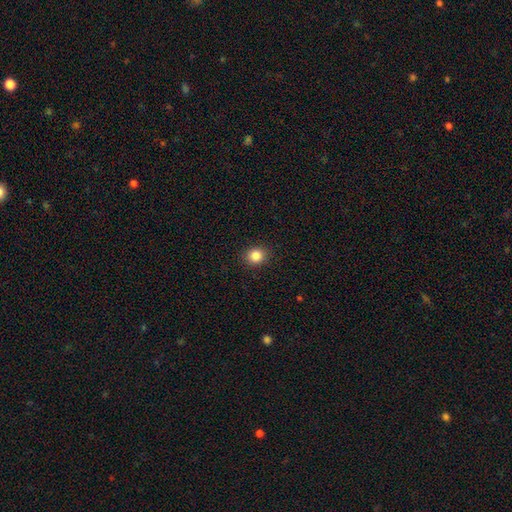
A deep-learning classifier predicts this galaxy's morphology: Q: Smooth or featured?
A: smooth (85%); runner-up: star or artifact (11%)
Q: How rounded?
A: round (80%); runner-up: in between (19%)
Q: Merging?
A: none (90%); runner-up: minor disturbance (6%)